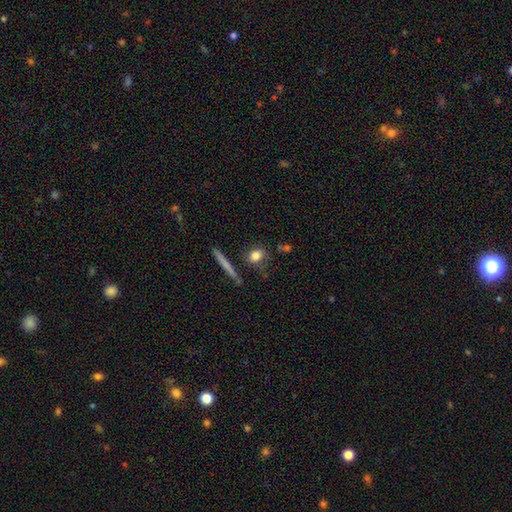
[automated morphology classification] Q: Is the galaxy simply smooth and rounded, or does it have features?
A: smooth — 78%.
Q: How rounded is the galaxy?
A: round — 45%.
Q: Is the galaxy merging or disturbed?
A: none — 71%.